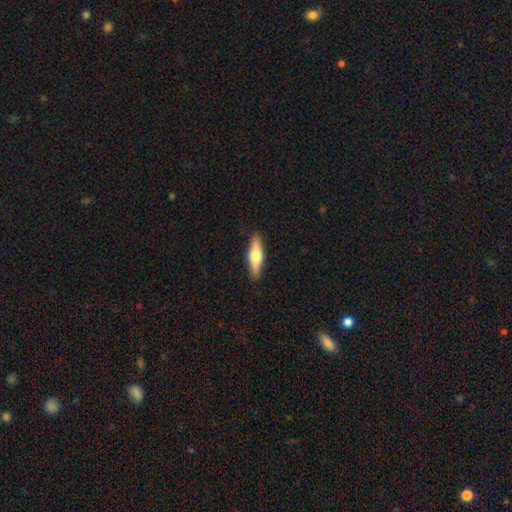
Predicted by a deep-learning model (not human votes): featured or disk 49%, smooth 45%, star or artifact 6%. Down the decision tree: merging — none (90%).